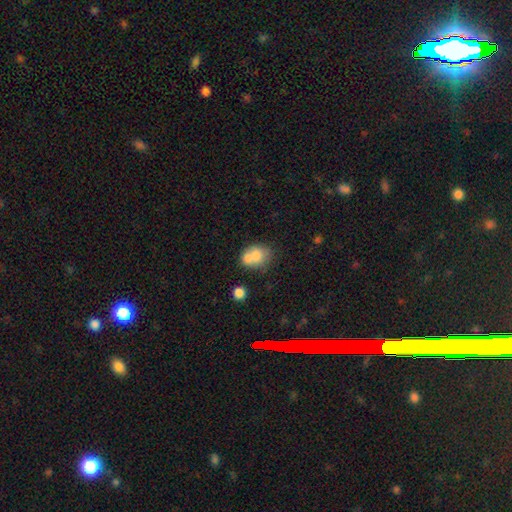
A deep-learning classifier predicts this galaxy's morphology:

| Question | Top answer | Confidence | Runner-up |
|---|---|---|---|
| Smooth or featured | smooth | 72% | featured or disk (19%) |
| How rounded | round | 51% | in between (48%) |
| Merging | merger | 50% | none (34%) |